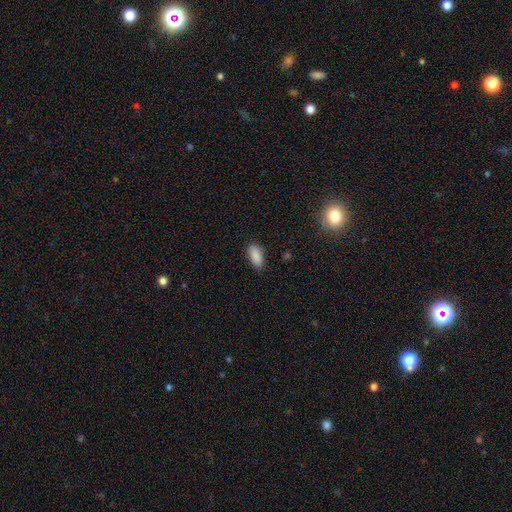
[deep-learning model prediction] Smooth or featured? Predicted: smooth (p=0.89). How rounded? Predicted: in between (p=0.89). Merging? Predicted: none (p=0.81).